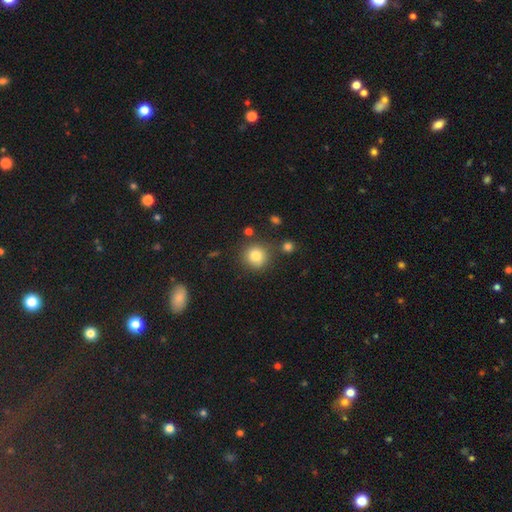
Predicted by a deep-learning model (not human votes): smooth 81%, star or artifact 11%, featured or disk 7%. Down the decision tree: how rounded — round (91%); merging — none (80%).